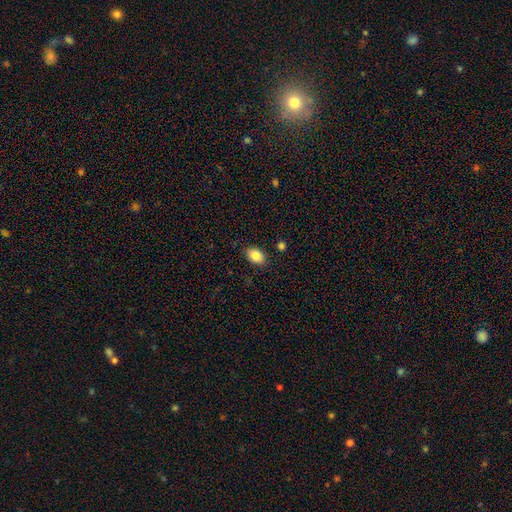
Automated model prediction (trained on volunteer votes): smooth 86%, star or artifact 8%, featured or disk 6%. Down the decision tree: how rounded — in between (83%); merging — none (85%).